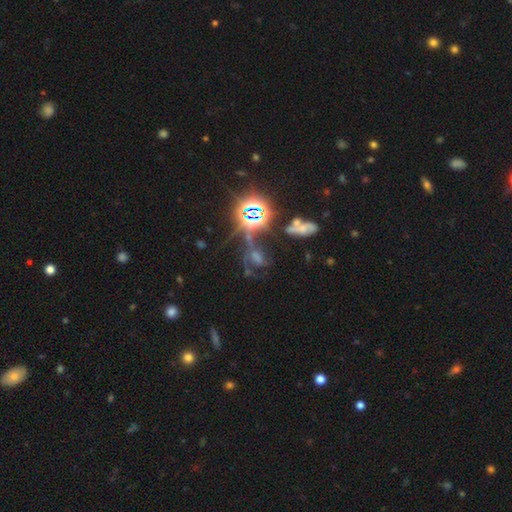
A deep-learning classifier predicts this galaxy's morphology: Smooth or featured? star or artifact (59%)